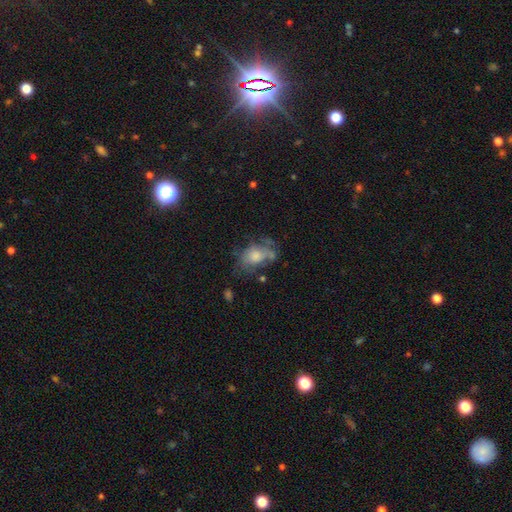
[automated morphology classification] smooth_or_featured: smooth (p=0.51) [alt: featured or disk p=0.39]
how_rounded: in between (p=0.77) [alt: round p=0.21]
merging: none (p=0.37) [alt: major disturbance p=0.28]